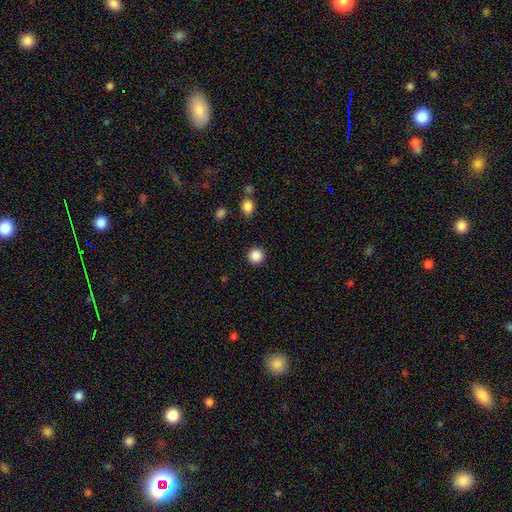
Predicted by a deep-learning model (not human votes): Overall: smooth (87%). How rounded: round (96%). Merging: none (92%).